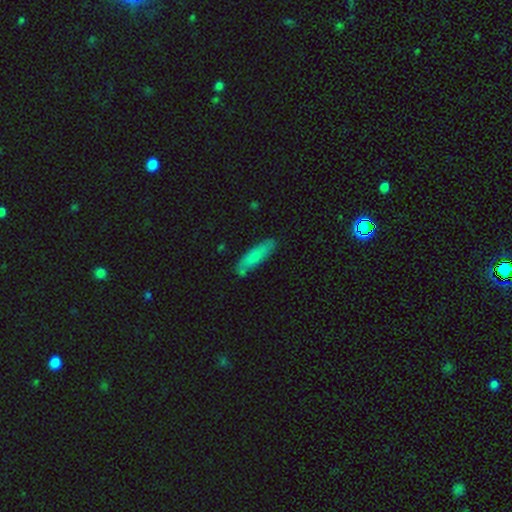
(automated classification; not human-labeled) Smooth or featured: smooth — 74% (featured or disk — 19%)
How rounded: cigar-shaped — 67% (in between — 32%)
Merging: none — 77% (minor disturbance — 16%)